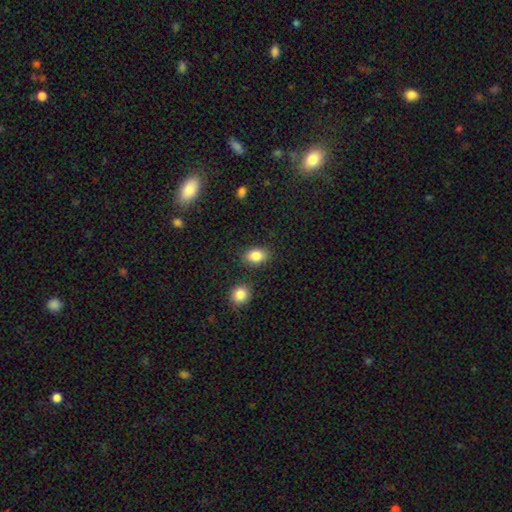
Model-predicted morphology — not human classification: This appears to be a smooth galaxy with no disk features (85%) that is in between round and cigar-shaped (79%). Merging: none (83%).